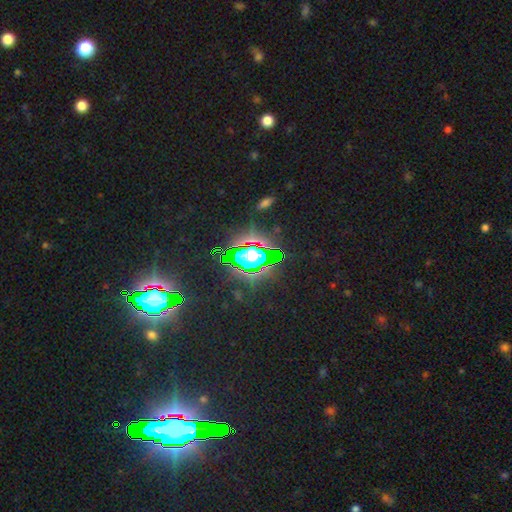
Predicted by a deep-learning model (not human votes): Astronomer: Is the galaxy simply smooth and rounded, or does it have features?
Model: star or artifact — 77%.